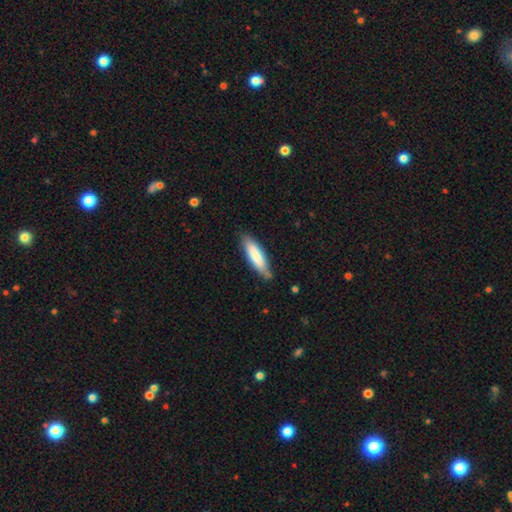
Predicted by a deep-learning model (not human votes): Overall: smooth (79%). How rounded: cigar-shaped (61%; in between 38%). Merging: none (78%).